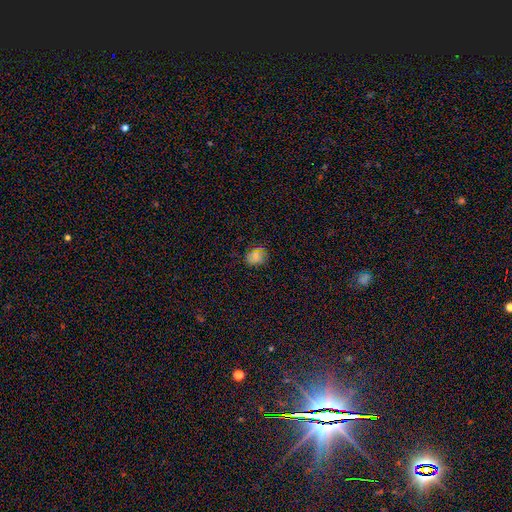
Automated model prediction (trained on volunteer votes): Q: Smooth or featured?
A: smooth (73%); runner-up: star or artifact (20%)
Q: How rounded?
A: round (55%); runner-up: in between (44%)
Q: Merging?
A: none (83%); runner-up: minor disturbance (13%)